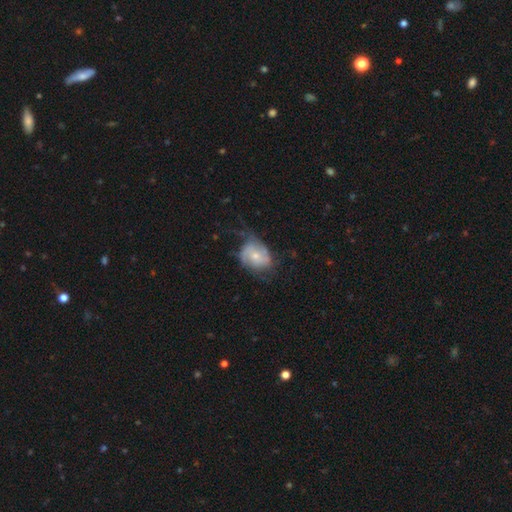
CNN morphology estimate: A featured or disk galaxy (57%) with no bar (75%), spiral arms (70%) and a small central bulge (55%). Merging: none (37%).